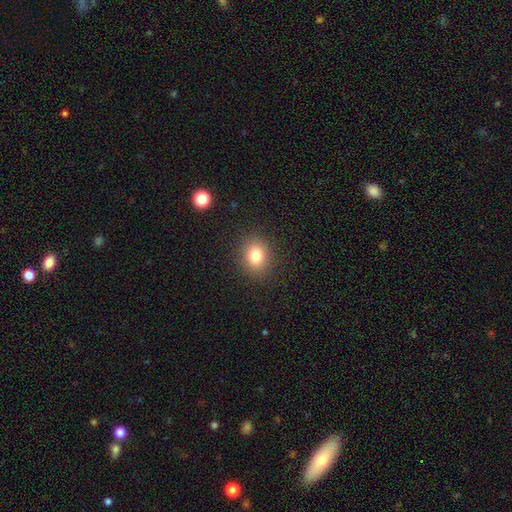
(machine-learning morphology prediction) This appears to be a smooth galaxy with no disk features (80%) that is round (63%). Merging: none (89%).